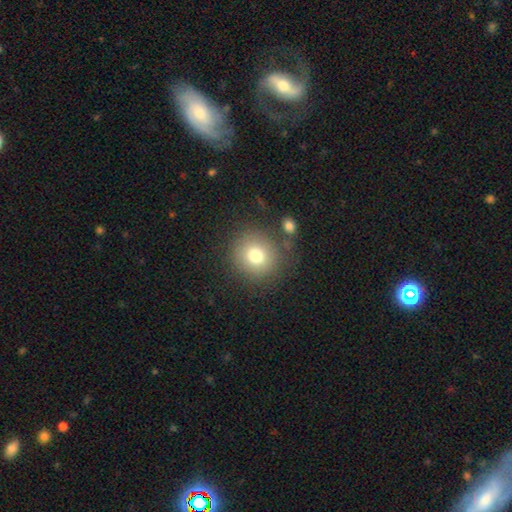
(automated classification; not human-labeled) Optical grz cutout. It shows a smooth galaxy with no disk features (76%) that is round (91%). Merging: none (80%).